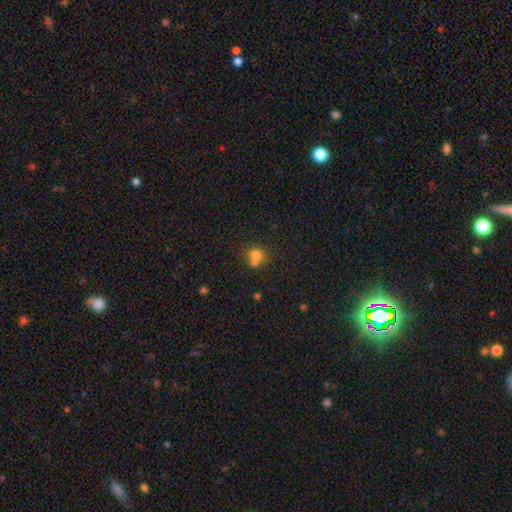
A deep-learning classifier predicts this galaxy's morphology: A smooth galaxy with no disk features (74%) that is round (78%).

Vote fractions:
- Smooth or featured? smooth: 74% / star or artifact: 14% / featured or disk: 12%
- How rounded? round: 78% / in between: 21% / cigar-shaped: 1%
- Merging? none: 43% / merger: 42% / minor disturbance: 10% / major disturbance: 4%